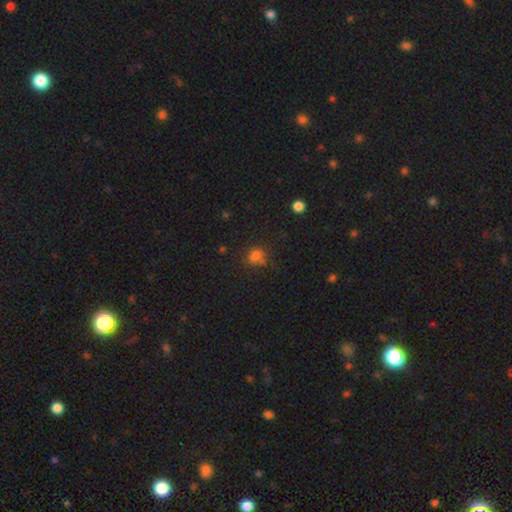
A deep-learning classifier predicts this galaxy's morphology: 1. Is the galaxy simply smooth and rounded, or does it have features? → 66% smooth, 22% star or artifact, 12% featured or disk.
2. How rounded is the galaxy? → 53% round, 45% in between, 2% cigar-shaped.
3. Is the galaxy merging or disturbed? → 52% none, 21% minor disturbance, 14% major disturbance, 13% merger.